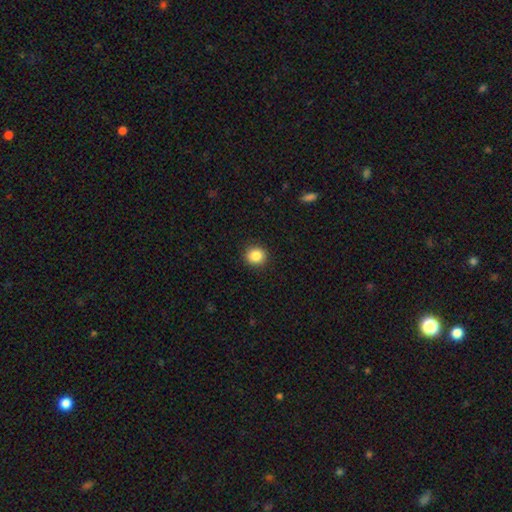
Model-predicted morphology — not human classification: Smooth or featured?
  - smooth: 86% *
  - star or artifact: 10%
  - featured or disk: 4%
How rounded?
  - round: 88% *
  - in between: 11%
  - cigar-shaped: 1%
Merging?
  - none: 92% *
  - minor disturbance: 6%
  - major disturbance: 2%
  - merger: 1%